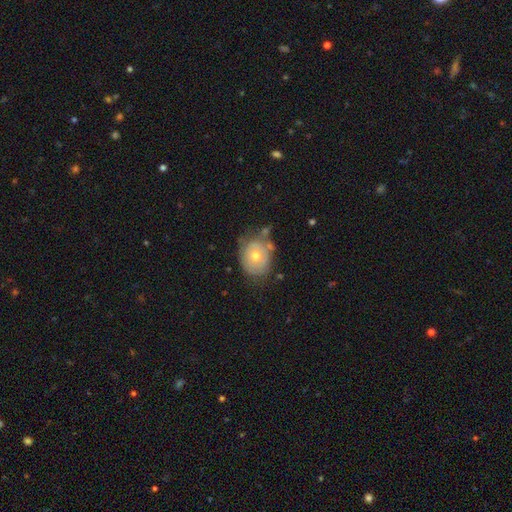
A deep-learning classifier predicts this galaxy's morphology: This appears to be a smooth galaxy with no disk features (57%) that is round (62%). Merging: none (57%).